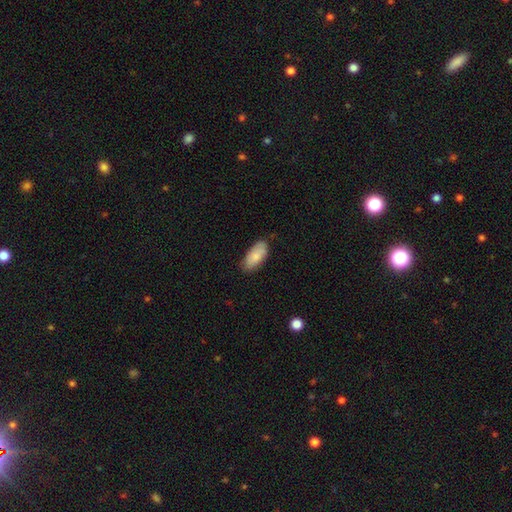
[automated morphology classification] Q: Smooth or featured?
A: smooth (84%); runner-up: featured or disk (10%)
Q: How rounded?
A: in between (89%); runner-up: cigar-shaped (9%)
Q: Merging?
A: none (78%); runner-up: minor disturbance (18%)